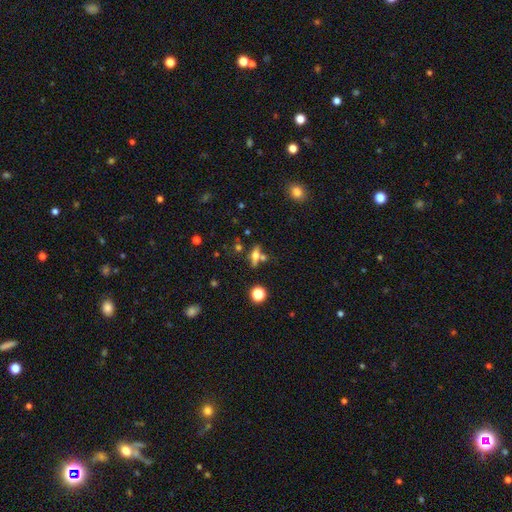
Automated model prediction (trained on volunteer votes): Overall: smooth (43%, tied with featured or disk). Merging: none (60%; merger 22%).